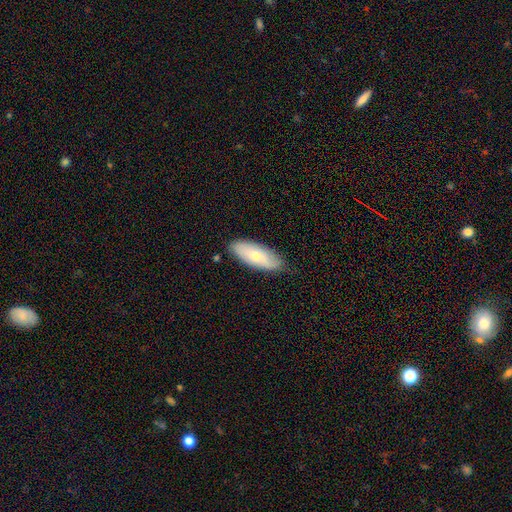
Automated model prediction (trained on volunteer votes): A smooth galaxy with no disk features (66%) that is in between round and cigar-shaped (79%). Merging: none (81%).